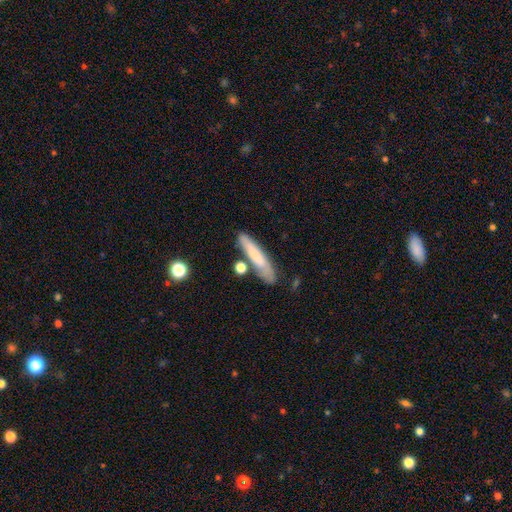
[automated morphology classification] type=smooth (71%); roundness=cigar-shaped (87%); merging=none (72%).